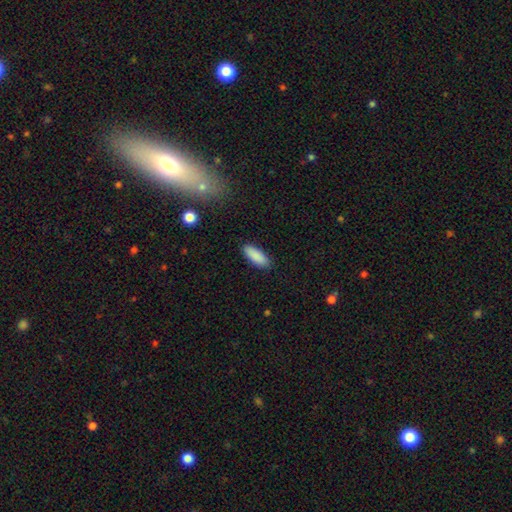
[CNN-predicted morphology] A smooth galaxy with no disk features (89%) that is in between round and cigar-shaped (69%). Merging: none (89%).